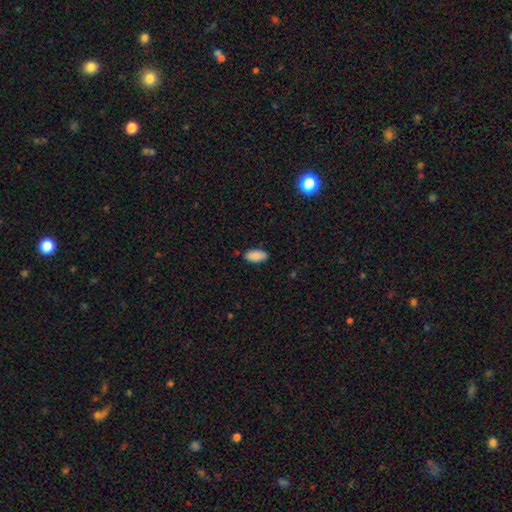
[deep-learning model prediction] smooth_or_featured: smooth (p=0.89) [alt: star or artifact p=0.07]
how_rounded: in between (p=0.92) [alt: cigar-shaped p=0.06]
merging: none (p=0.86) [alt: minor disturbance p=0.11]